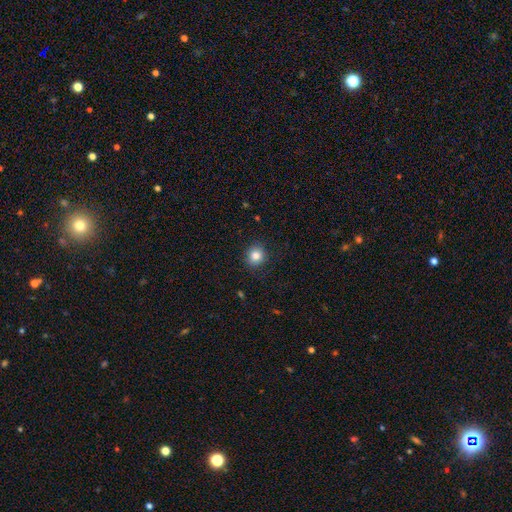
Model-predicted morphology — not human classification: Q: Smooth or featured?
A: smooth (83%); runner-up: star or artifact (11%)
Q: How rounded?
A: round (82%); runner-up: in between (17%)
Q: Merging?
A: none (88%); runner-up: minor disturbance (8%)